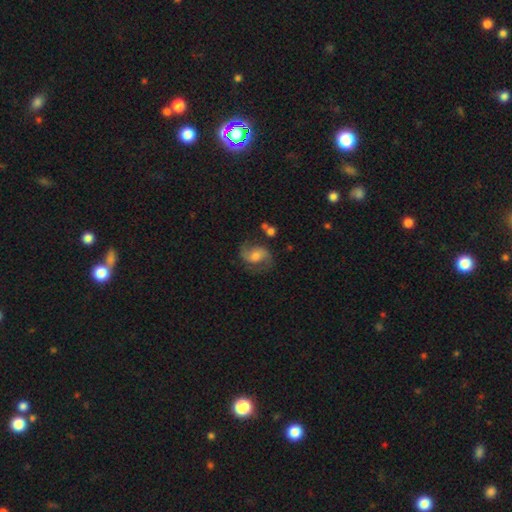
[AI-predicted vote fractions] Smooth or featured: featured or disk — 77% (smooth — 16%)
Edge-on disk: no — 98% (yes — 2%)
Bar: no — 49% (weak — 41%)
Spiral arms: yes — 94% (no — 6%)
Spiral winding: medium — 49% (loose — 39%)
Spiral arm count: 2 — 90% (can't tell — 3%)
Bulge size: moderate — 52% (small — 27%)
Merging: none — 69% (minor disturbance — 17%)